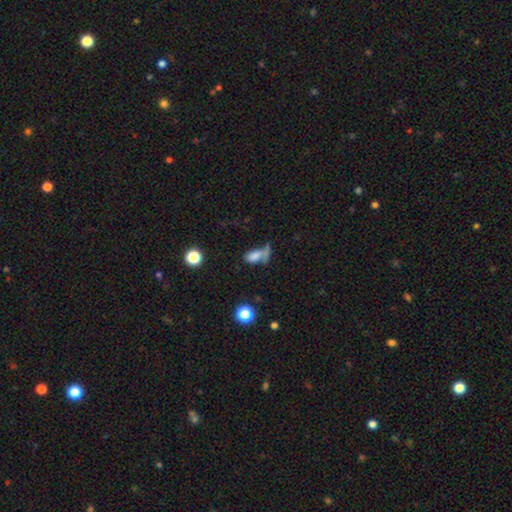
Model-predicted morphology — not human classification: Q: Smooth or featured?
A: smooth (72%); runner-up: star or artifact (14%)
Q: How rounded?
A: in between (78%); runner-up: cigar-shaped (12%)
Q: Merging?
A: merger (38%); runner-up: none (31%)